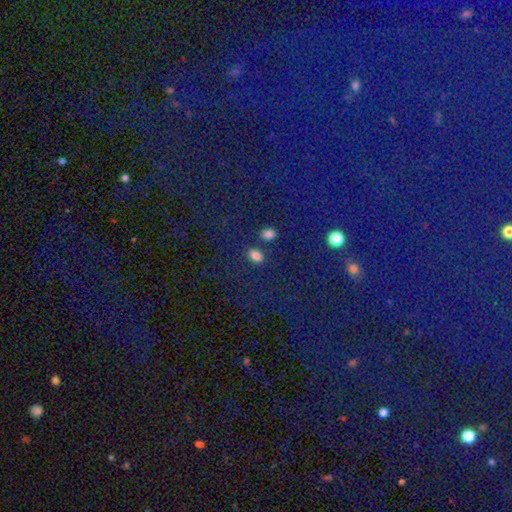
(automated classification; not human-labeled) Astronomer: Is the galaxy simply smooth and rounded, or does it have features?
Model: smooth — 78%.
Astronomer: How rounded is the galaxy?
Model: in between — 79%.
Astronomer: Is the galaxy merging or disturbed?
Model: none — 74%.